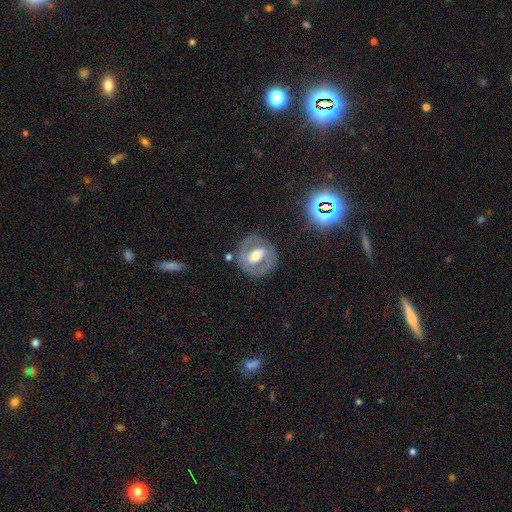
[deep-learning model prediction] Smooth or featured? Predicted: featured or disk (p=0.68). Edge-on disk? Predicted: no (p=0.95). Bar? Predicted: weak (p=0.38, tied with strong). Spiral arms? Predicted: yes (p=0.50, tied with no). Bulge size? Predicted: moderate (p=0.67). Merging? Predicted: none (p=0.76).